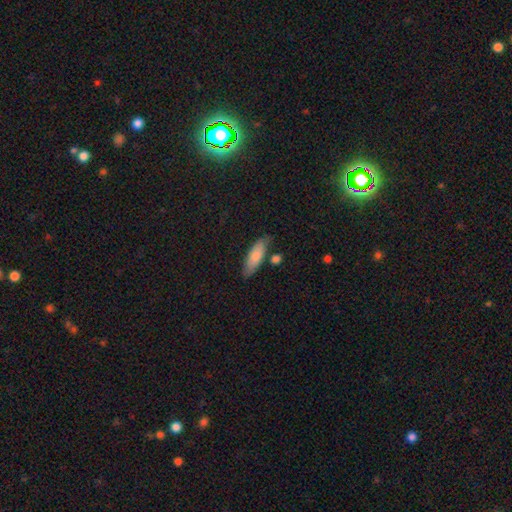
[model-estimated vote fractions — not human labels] Q: Smooth or featured?
A: smooth (78%); runner-up: featured or disk (16%)
Q: How rounded?
A: in between (61%); runner-up: cigar-shaped (37%)
Q: Merging?
A: none (73%); runner-up: minor disturbance (17%)